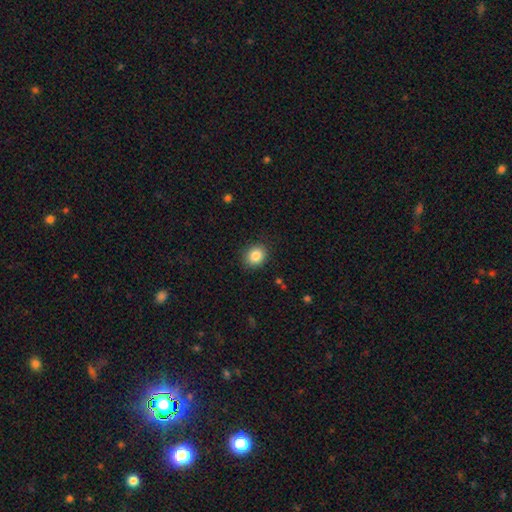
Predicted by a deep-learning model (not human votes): Smooth or featured? smooth (86%)
How rounded? round (66%)
Merging? none (88%)